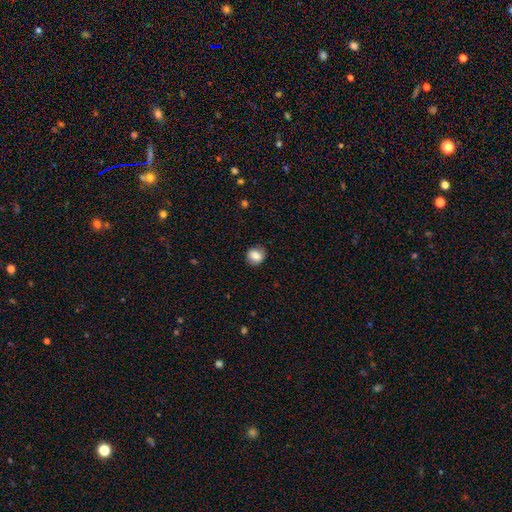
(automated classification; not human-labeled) smooth-or-featured: smooth: 80% | featured or disk: 11% | star or artifact: 9%
  how-rounded: round: 76% | in between: 23% | cigar-shaped: 1%
  merging: none: 86% | minor disturbance: 10% | major disturbance: 3% | merger: 1%